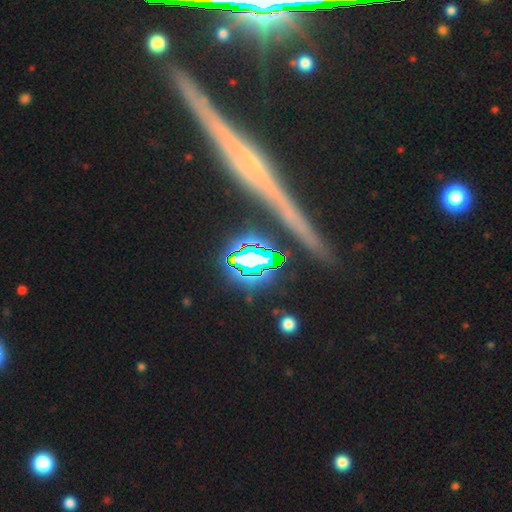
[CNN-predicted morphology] A star or artifact, not a galaxy (58%).